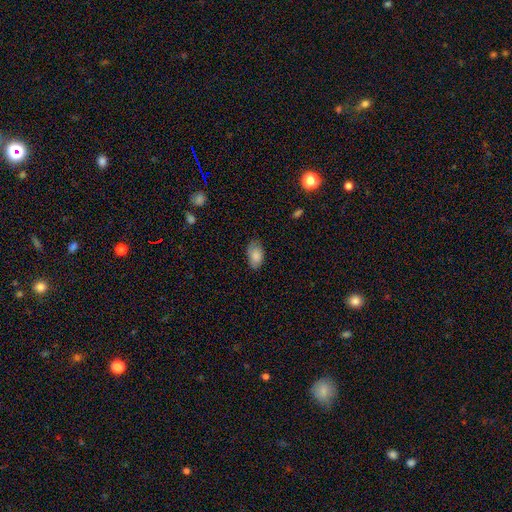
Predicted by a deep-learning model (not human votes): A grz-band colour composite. It shows a smooth galaxy with no disk features (85%) that is in between round and cigar-shaped (92%). Merging: none (73%).